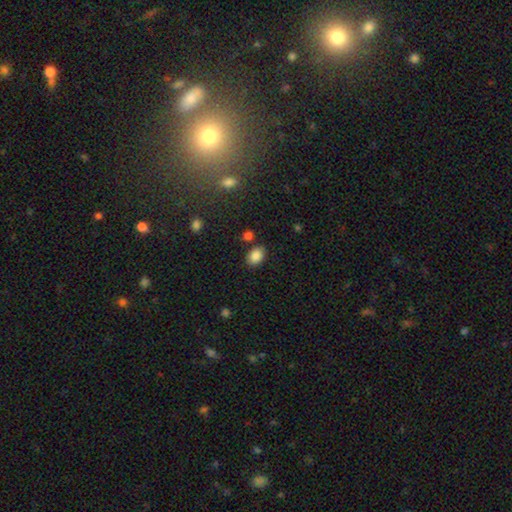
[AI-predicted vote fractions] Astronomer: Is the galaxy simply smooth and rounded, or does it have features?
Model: smooth — 87%.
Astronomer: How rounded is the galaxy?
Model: in between — 76%.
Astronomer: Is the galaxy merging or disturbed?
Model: none — 83%.